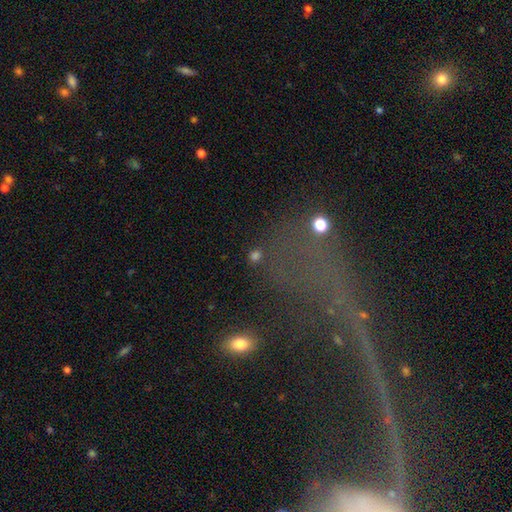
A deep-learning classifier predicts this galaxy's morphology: This appears to be a smooth galaxy with no disk features (53%) that is round (71%). Merging: none (77%).